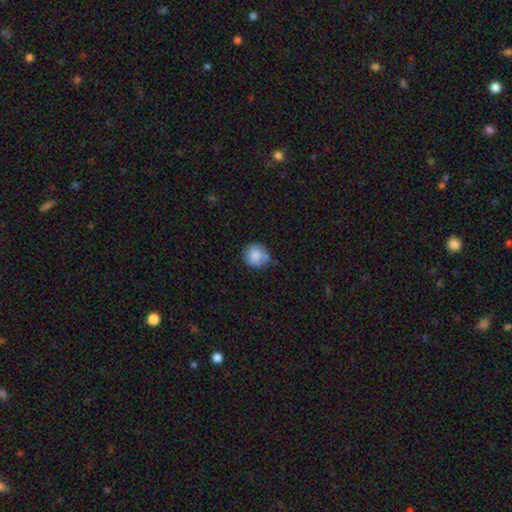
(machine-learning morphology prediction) smooth 81%, featured or disk 10%, star or artifact 9%. Down the decision tree: how rounded — round (82%); merging — none (58%).